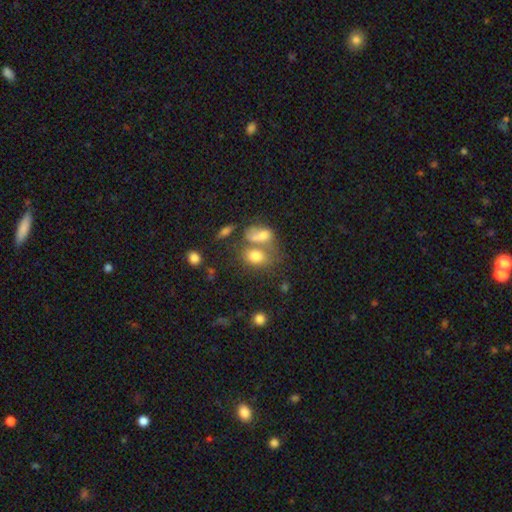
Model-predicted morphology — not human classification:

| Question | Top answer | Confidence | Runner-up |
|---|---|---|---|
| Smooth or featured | smooth | 74% | featured or disk (14%) |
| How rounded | in between | 76% | round (22%) |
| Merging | merger | 45% | none (34%) |